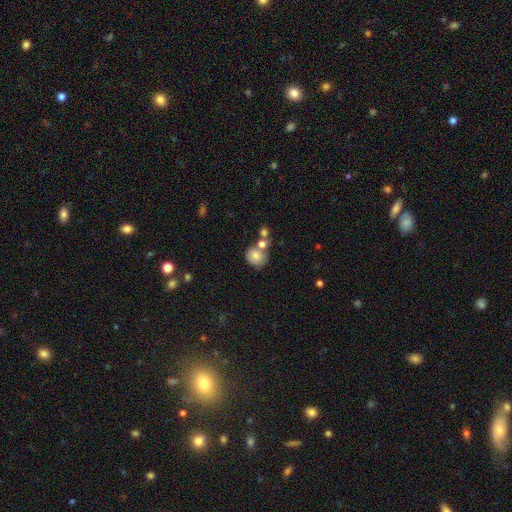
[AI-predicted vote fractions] Smooth or featured? smooth (78%)
How rounded? round (78%)
Merging? none (52%)